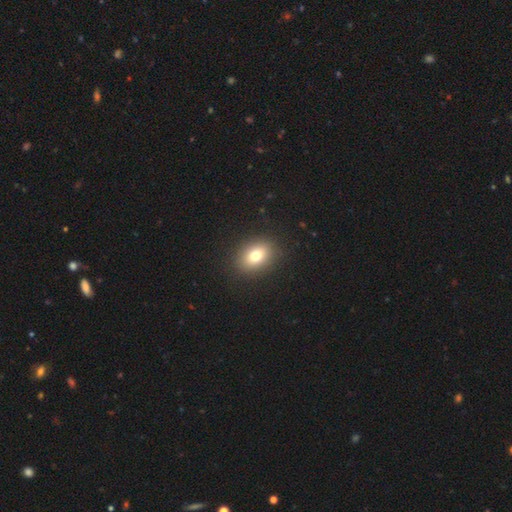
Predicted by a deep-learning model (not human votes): Smooth or featured? Predicted: smooth (p=0.76). How rounded? Predicted: in between (p=0.69). Merging? Predicted: none (p=0.89).